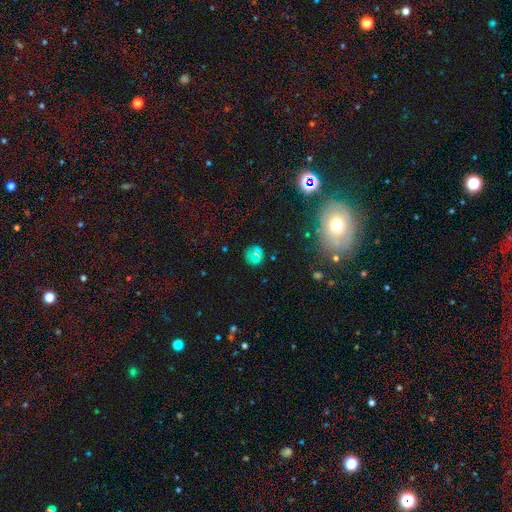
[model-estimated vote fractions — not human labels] Smooth or featured?
  - smooth: 56% *
  - star or artifact: 23%
  - featured or disk: 21%
How rounded?
  - round: 87% *
  - in between: 12%
  - cigar-shaped: 1%
Merging?
  - none: 77% *
  - minor disturbance: 14%
  - major disturbance: 5%
  - merger: 4%